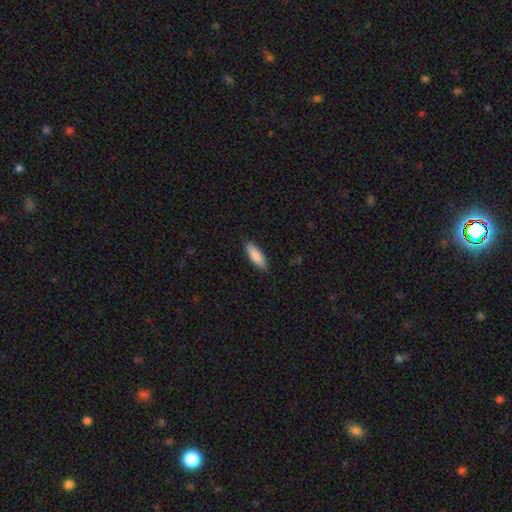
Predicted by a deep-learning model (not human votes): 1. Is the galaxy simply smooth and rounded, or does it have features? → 86% smooth, 9% featured or disk, 6% star or artifact.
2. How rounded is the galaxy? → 56% in between, 42% cigar-shaped, 2% round.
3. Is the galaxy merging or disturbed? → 87% none, 10% minor disturbance, 2% major disturbance, 1% merger.